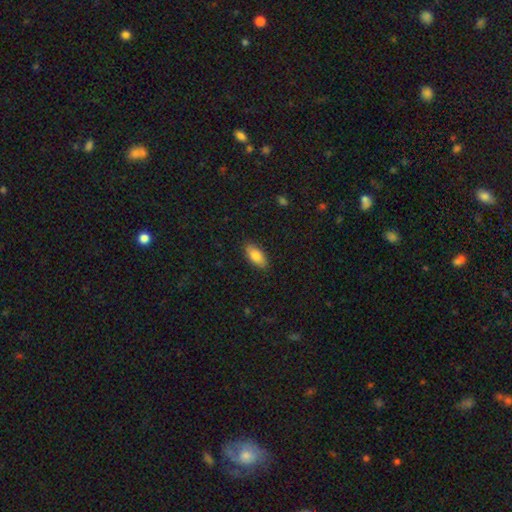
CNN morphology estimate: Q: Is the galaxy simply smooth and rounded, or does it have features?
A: smooth — 82%.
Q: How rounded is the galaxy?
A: in between — 87%.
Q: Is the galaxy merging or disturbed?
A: none — 88%.